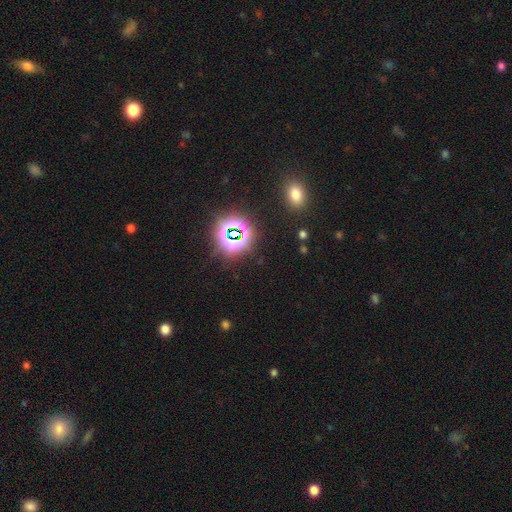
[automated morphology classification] Smooth or featured?
  - star or artifact: 72% *
  - smooth: 21%
  - featured or disk: 7%